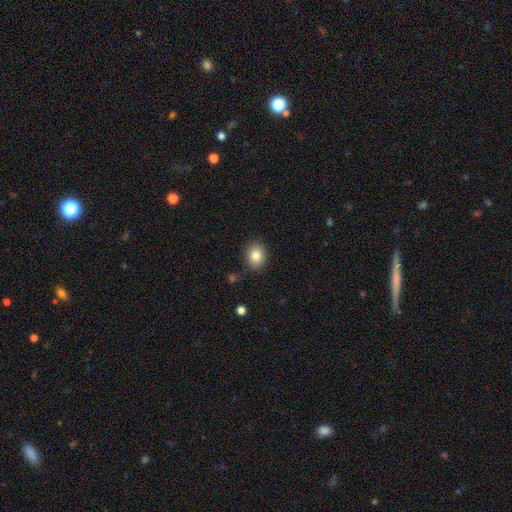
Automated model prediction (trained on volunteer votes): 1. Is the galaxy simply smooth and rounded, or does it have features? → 83% smooth, 10% star or artifact, 7% featured or disk.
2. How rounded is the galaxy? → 62% round, 37% in between, 1% cigar-shaped.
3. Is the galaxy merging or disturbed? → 85% none, 11% minor disturbance, 3% major disturbance, 2% merger.